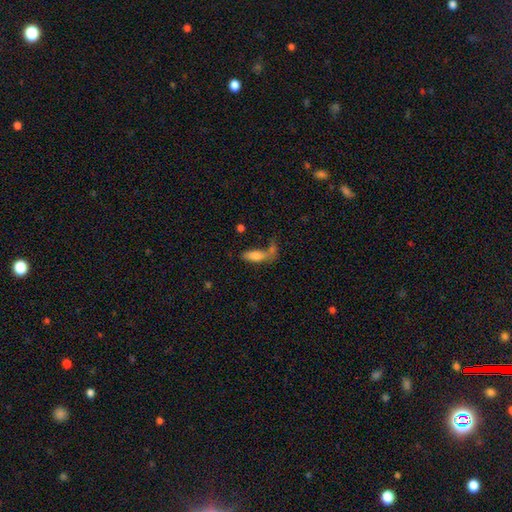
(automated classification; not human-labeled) Overall: smooth (76%). How rounded: in between (70%). Merging: none (37%; merger 34%).